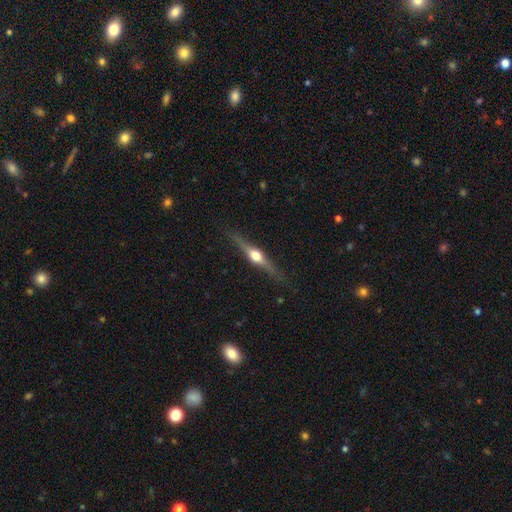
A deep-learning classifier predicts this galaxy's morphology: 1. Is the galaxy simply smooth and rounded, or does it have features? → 74% featured or disk, 20% smooth, 6% star or artifact.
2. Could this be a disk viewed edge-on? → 98% yes, 2% no.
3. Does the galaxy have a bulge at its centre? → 95% rounded, 3% boxy, 2% none.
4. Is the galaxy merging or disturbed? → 86% none, 11% minor disturbance, 2% major disturbance, 1% merger.